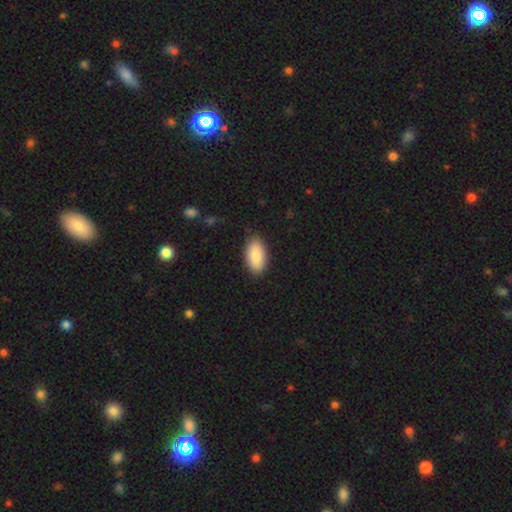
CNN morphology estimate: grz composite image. It shows a smooth galaxy with no disk features (84%) that is in between round and cigar-shaped (94%). Merging: none (87%).